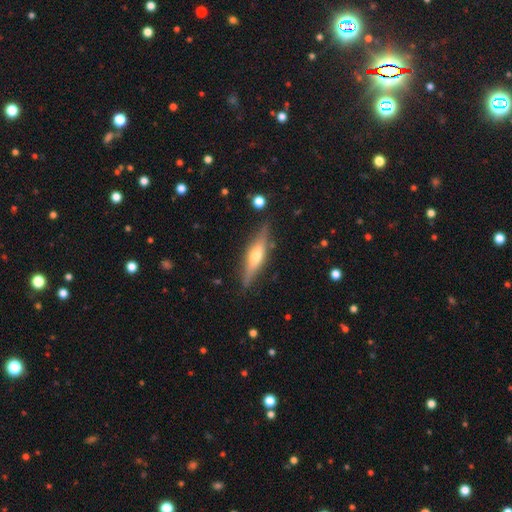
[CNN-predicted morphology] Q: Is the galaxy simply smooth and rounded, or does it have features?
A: featured or disk — 64%.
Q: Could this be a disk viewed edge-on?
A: yes — 94%.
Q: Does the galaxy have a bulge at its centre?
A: rounded — 88%.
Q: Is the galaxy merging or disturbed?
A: none — 84%.